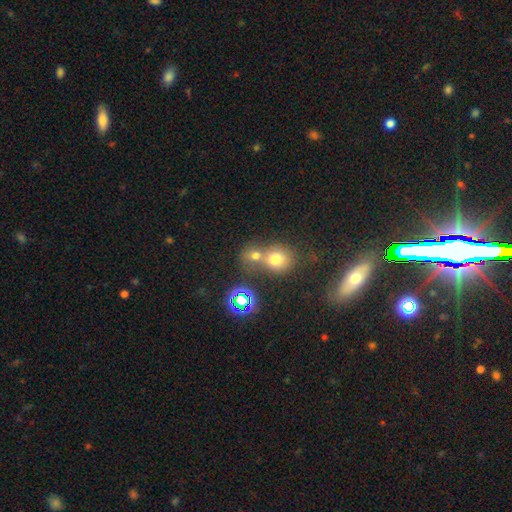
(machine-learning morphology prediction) The model was most divided on "merging": merger: 50%, none: 40%, minor disturbance: 6%, major disturbance: 4%. More confident: how rounded — round (77%); smooth or featured — smooth (65%).